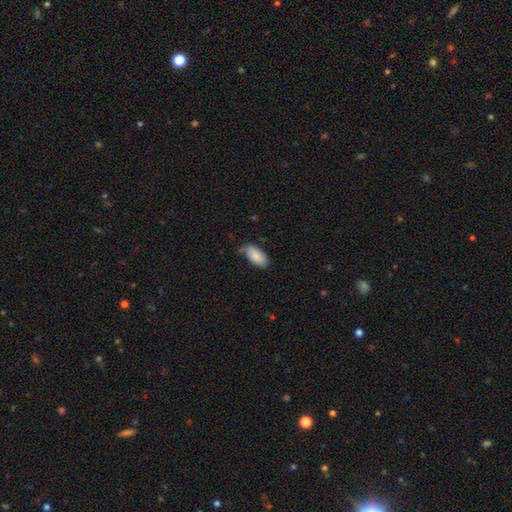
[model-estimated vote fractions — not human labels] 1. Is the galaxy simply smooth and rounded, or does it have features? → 86% smooth, 8% featured or disk, 6% star or artifact.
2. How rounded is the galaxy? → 92% in between, 6% cigar-shaped, 2% round.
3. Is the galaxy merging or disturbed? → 67% none, 27% minor disturbance, 4% major disturbance, 2% merger.